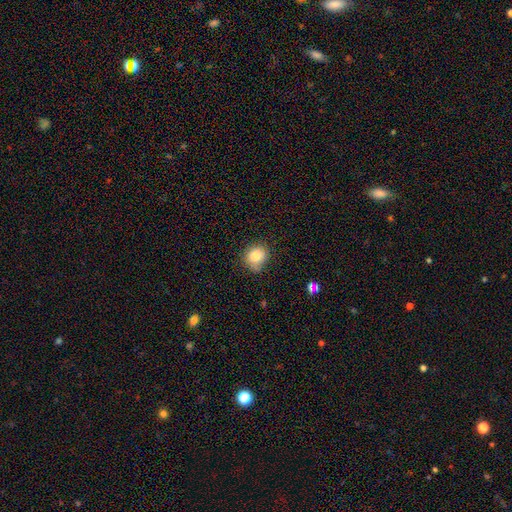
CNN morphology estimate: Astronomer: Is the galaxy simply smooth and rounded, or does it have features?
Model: smooth — 83%.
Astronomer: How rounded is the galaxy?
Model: round — 75%.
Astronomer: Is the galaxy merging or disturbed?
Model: none — 66%.